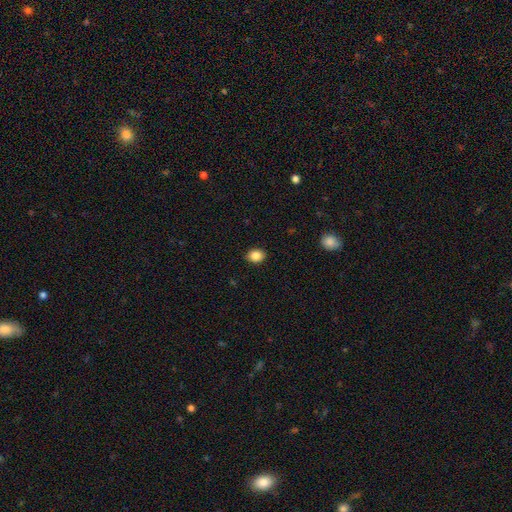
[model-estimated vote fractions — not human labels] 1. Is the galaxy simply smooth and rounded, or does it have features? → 86% smooth, 9% star or artifact, 5% featured or disk.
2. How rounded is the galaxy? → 56% in between, 43% round, 1% cigar-shaped.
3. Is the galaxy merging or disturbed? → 89% none, 8% minor disturbance, 2% major disturbance, 1% merger.